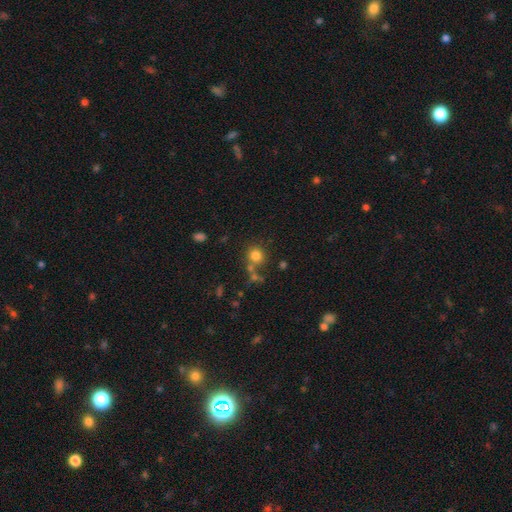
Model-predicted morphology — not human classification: This appears to be a smooth galaxy with no disk features (79%) that is round (87%). Merging: none (65%).